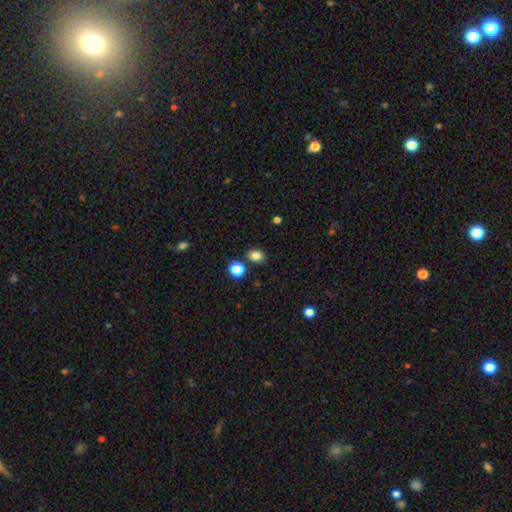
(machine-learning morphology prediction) This appears to be a smooth galaxy with no disk features (83%) that is round (52%). Merging: none (83%).